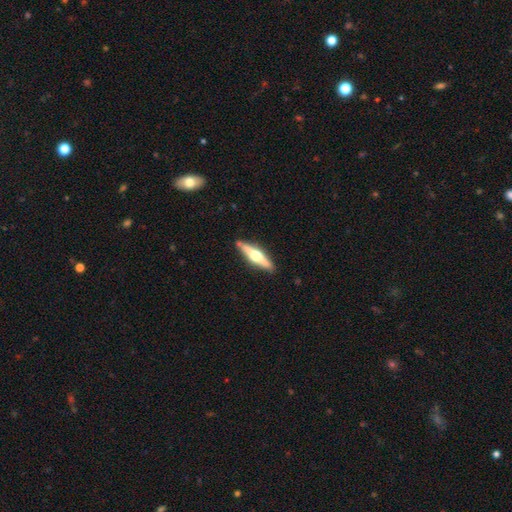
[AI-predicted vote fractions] Morphology: type=featured or disk (65%); edge-on=yes (96%); edge-on bulge=rounded (93%); merging=none (87%).